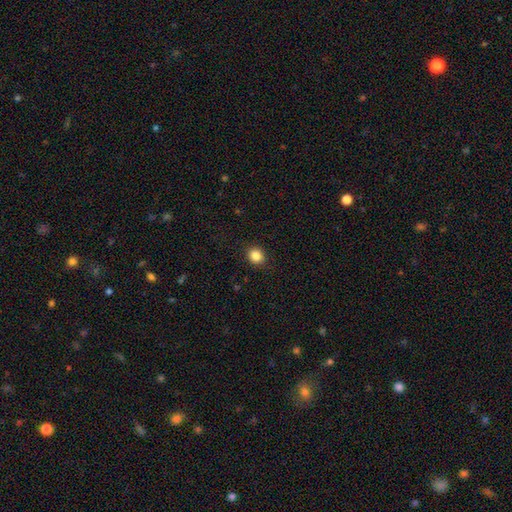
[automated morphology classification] Smooth or featured? Predicted: smooth (p=0.86). How rounded? Predicted: round (p=0.78). Merging? Predicted: none (p=0.91).